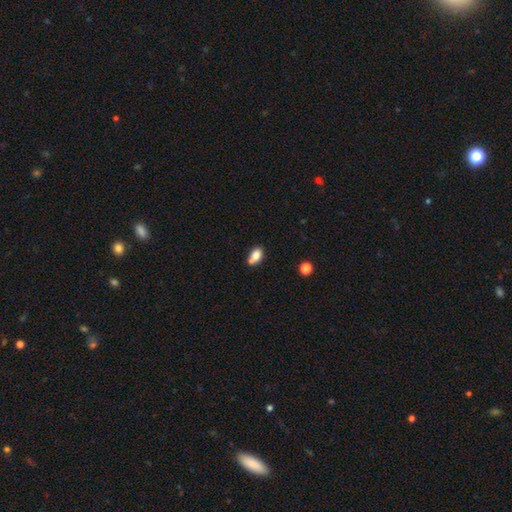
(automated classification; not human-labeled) A smooth galaxy with no disk features (79%) that is in between round and cigar-shaped (86%). Merging: none (52%).